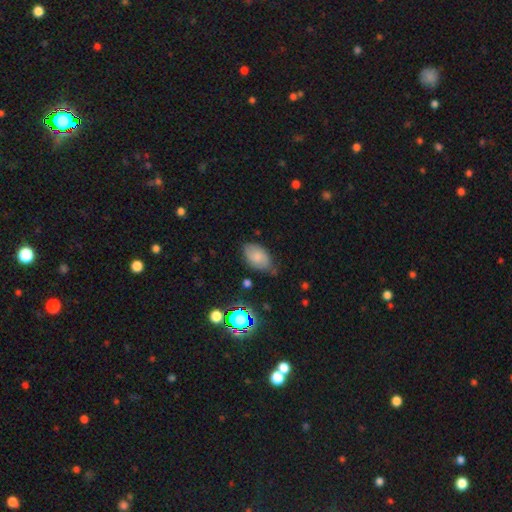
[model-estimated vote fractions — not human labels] This is likely a smooth galaxy (74%). How rounded: clearly in between (90%). Merging: likely none (60%).